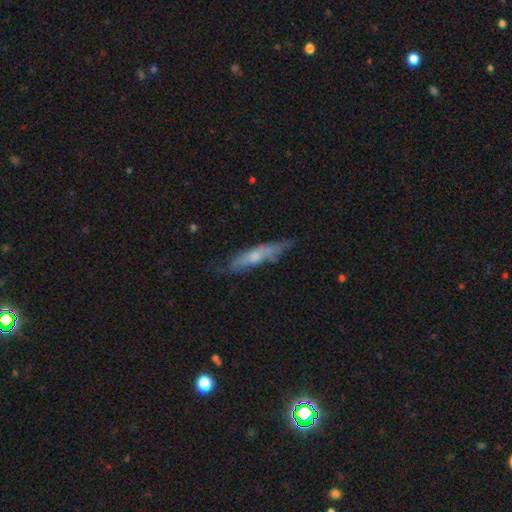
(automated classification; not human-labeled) This appears to be a smooth galaxy with no disk features (47%). Merging: none (64%).